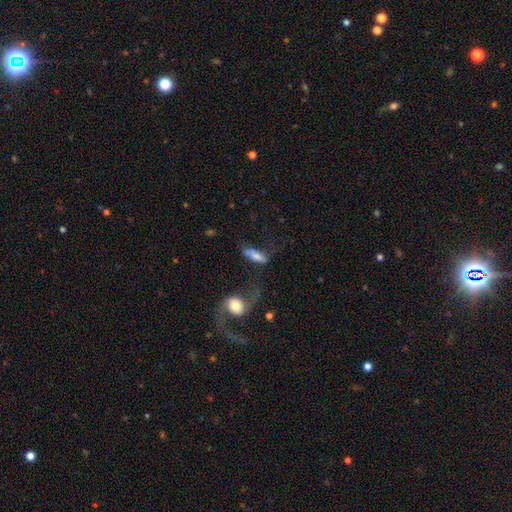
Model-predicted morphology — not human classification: Smooth or featured? smooth (62%)
How rounded? in between (53%)
Merging? none (39%)